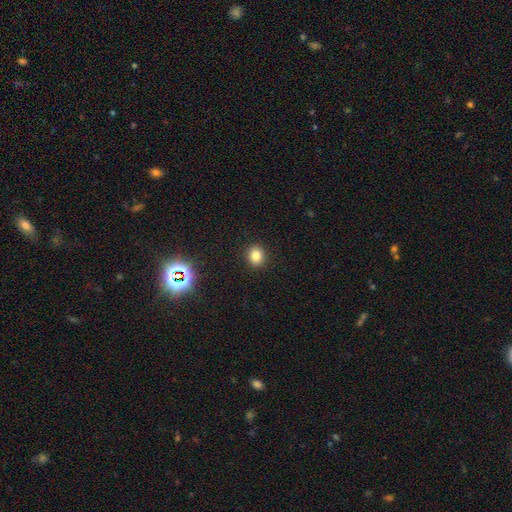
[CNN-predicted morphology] Smooth or featured? smooth (81%)
How rounded? round (74%)
Merging? none (91%)